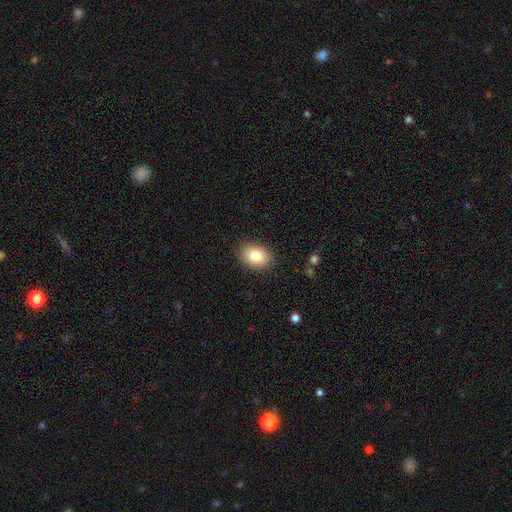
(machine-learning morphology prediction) A smooth galaxy with no disk features (83%) that is in between round and cigar-shaped (70%). Merging: none (88%).